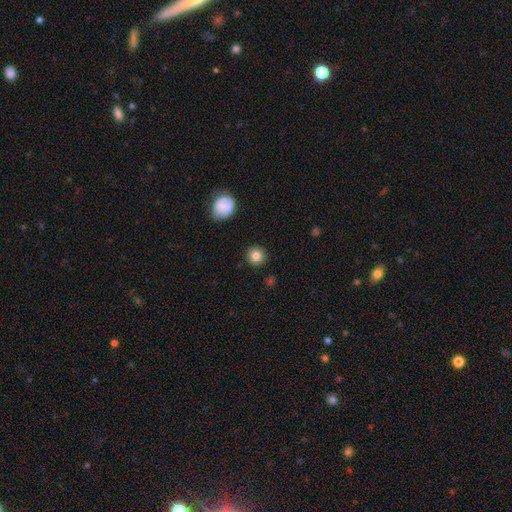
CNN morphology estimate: smooth-or-featured: smooth: 83% | star or artifact: 10% | featured or disk: 7%
  how-rounded: round: 93% | in between: 6% | cigar-shaped: 1%
  merging: none: 91% | minor disturbance: 6% | major disturbance: 2% | merger: 1%